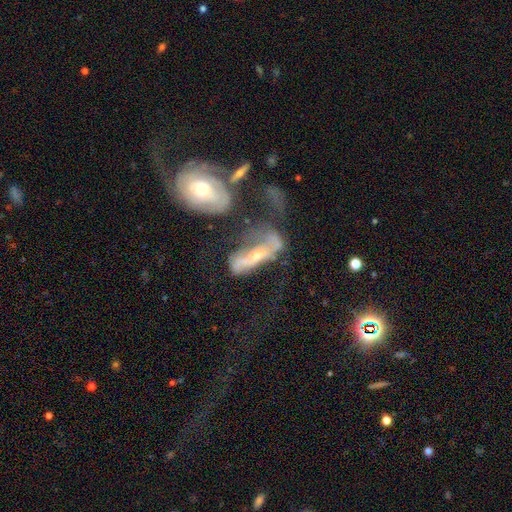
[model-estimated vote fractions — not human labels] This is likely a featured or disk galaxy (62%). It is likely not viewed edge-on (79%). Merging: marginally merger (35%).